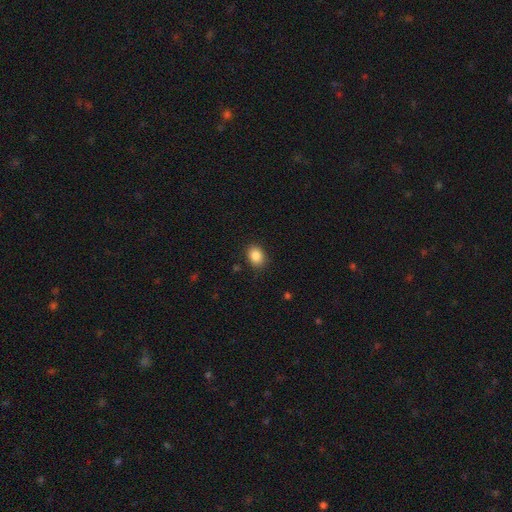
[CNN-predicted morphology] smooth 87%, star or artifact 9%, featured or disk 4%. Down the decision tree: how rounded — in between (58%); merging — none (87%).